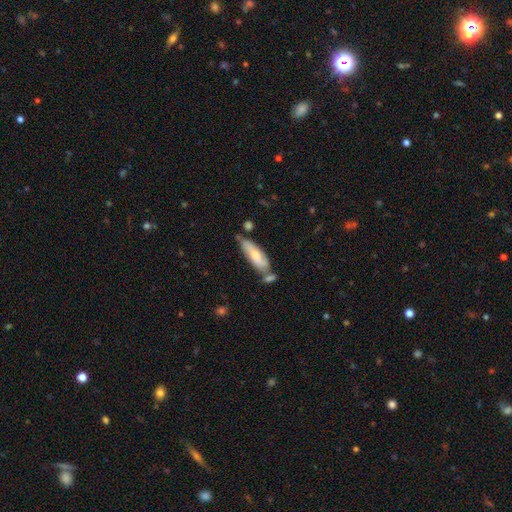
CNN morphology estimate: smooth-or-featured: smooth: 62% | featured or disk: 33% | star or artifact: 6%
  how-rounded: in between: 50% | cigar-shaped: 48% | round: 2%
  merging: none: 50% | merger: 22% | minor disturbance: 22% | major disturbance: 6%